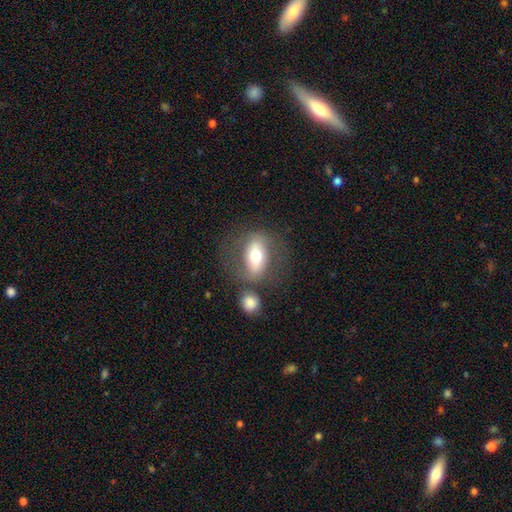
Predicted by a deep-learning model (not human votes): Smooth or featured: smooth — 54% (featured or disk — 39%)
How rounded: in between — 80% (round — 15%)
Merging: none — 60% (minor disturbance — 16%)